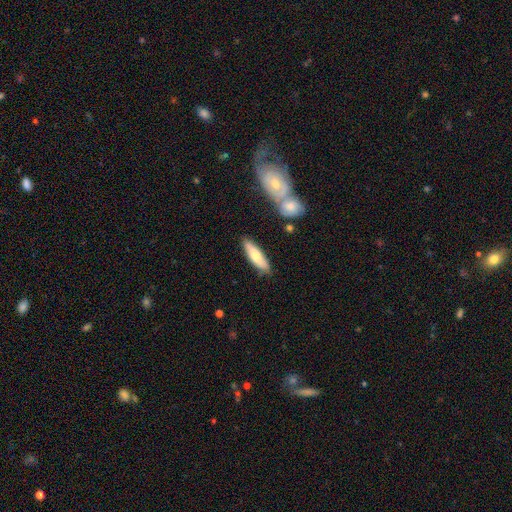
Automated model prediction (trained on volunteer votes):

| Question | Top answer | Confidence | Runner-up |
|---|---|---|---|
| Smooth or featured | smooth | 68% | featured or disk (27%) |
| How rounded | cigar-shaped | 55% | in between (43%) |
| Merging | none | 80% | minor disturbance (13%) |